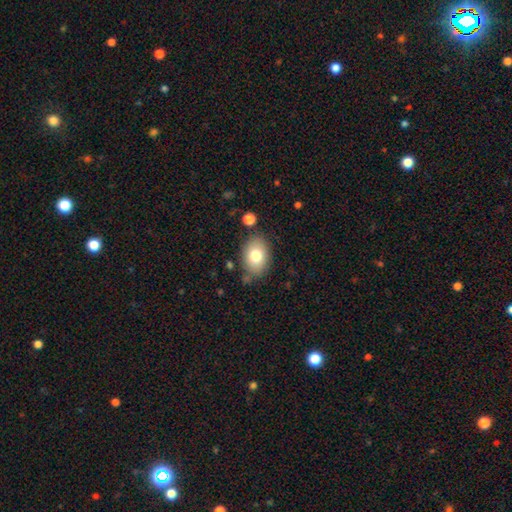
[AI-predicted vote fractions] Smooth or featured: smooth — 79% (featured or disk — 13%)
How rounded: in between — 80% (round — 18%)
Merging: none — 76% (minor disturbance — 16%)